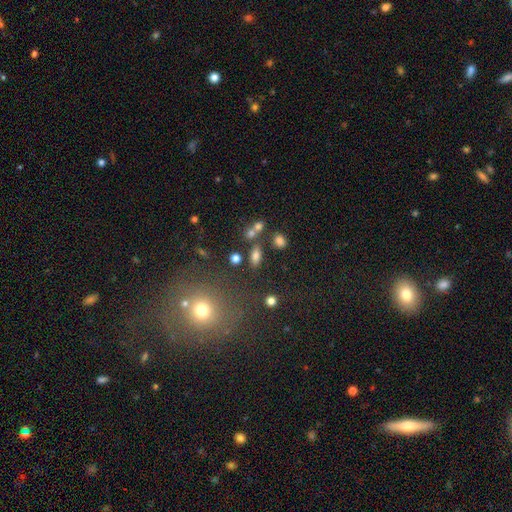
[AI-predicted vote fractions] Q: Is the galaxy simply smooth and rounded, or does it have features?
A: smooth — 74%.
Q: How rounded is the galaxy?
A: in between — 84%.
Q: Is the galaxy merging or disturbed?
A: none — 73%.